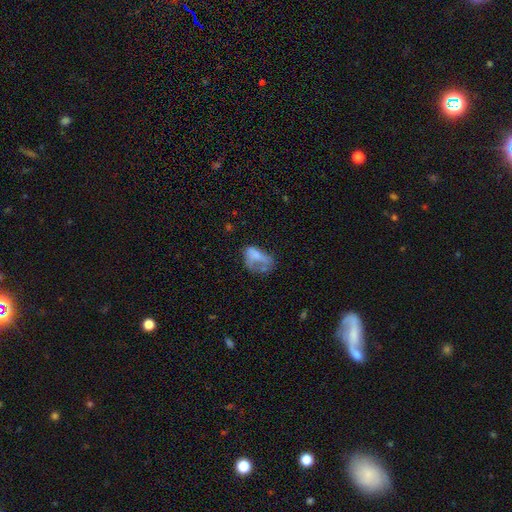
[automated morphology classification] The model was most divided on "merging": major disturbance: 41%, none: 25%, minor disturbance: 22%, merger: 12%. More confident: how rounded — in between (84%); smooth or featured — smooth (53%).